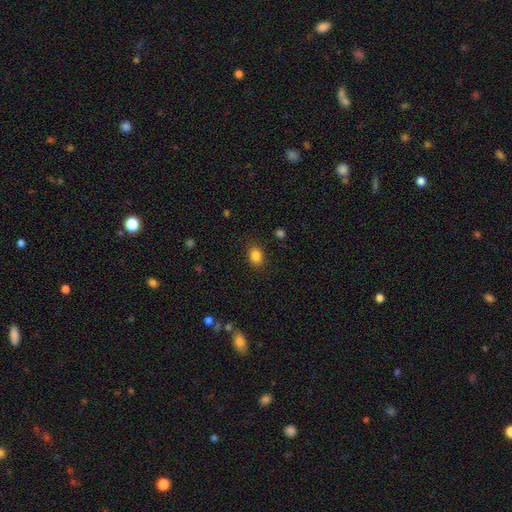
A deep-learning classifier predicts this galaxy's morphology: Smooth or featured? smooth (85%)
How rounded? in between (66%)
Merging? none (87%)